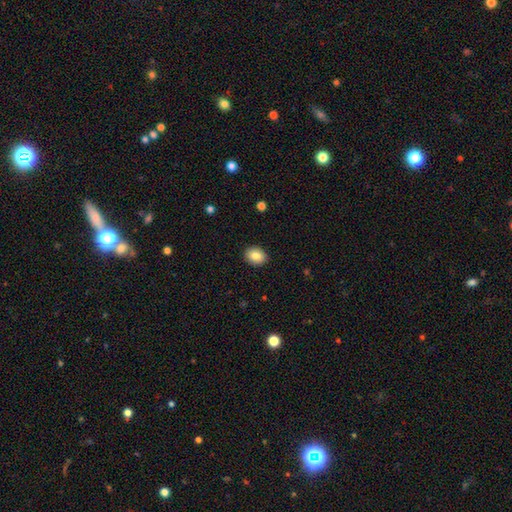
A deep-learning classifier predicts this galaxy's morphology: This appears to be a smooth galaxy with no disk features (85%) that is in between round and cigar-shaped (63%). Merging: none (90%).